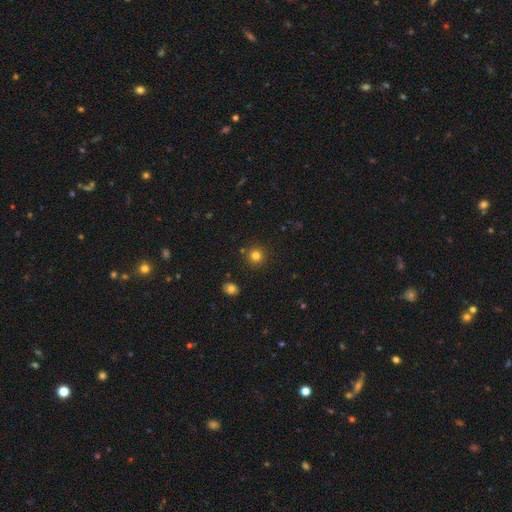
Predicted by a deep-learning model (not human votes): smooth 81%, star or artifact 13%, featured or disk 6%. Down the decision tree: how rounded — round (93%); merging — none (89%).